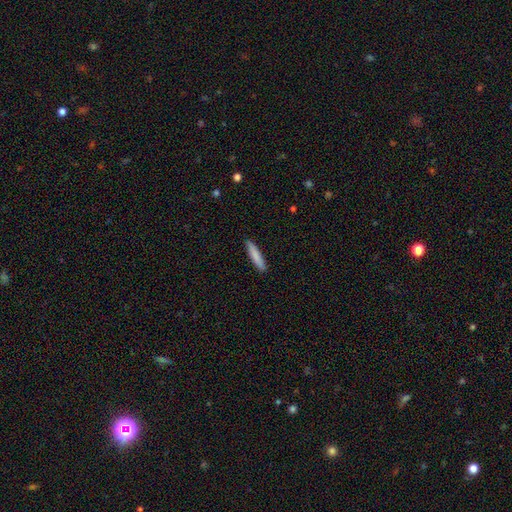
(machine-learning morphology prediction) type=smooth (83%); roundness=cigar-shaped (89%); merging=none (91%).